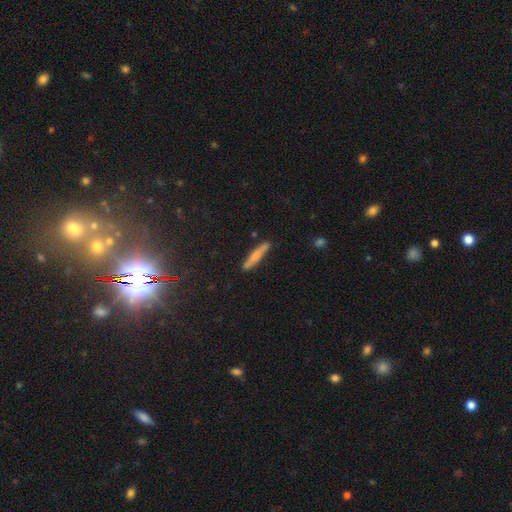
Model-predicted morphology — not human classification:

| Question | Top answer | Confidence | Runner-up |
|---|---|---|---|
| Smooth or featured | smooth | 64% | featured or disk (29%) |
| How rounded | cigar-shaped | 92% | in between (6%) |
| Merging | none | 85% | minor disturbance (11%) |